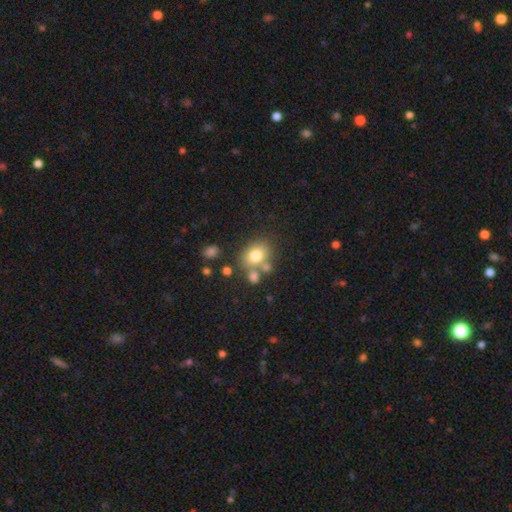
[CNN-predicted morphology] Overall: smooth (75%). How rounded: round (52%; in between 47%). Merging: none (60%; merger 21%).